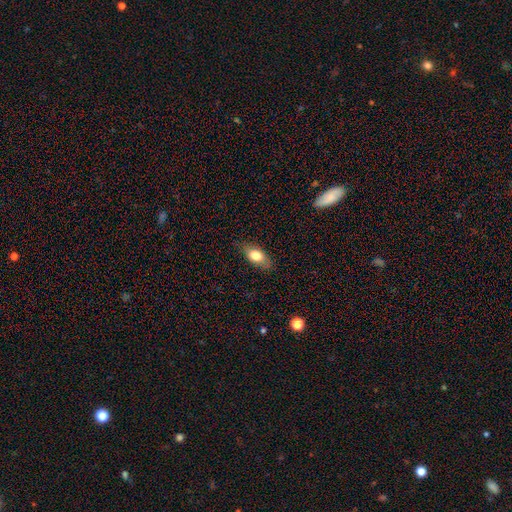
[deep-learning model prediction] The model was most divided on "smooth or featured": smooth: 75%, featured or disk: 18%, star or artifact: 7%. More confident: how rounded — in between (85%); merging — none (79%).